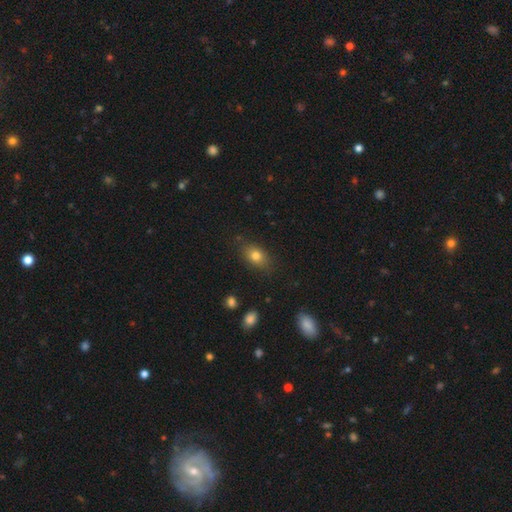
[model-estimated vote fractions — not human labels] smooth 79%, featured or disk 11%, star or artifact 10%. Down the decision tree: how rounded — in between (79%); merging — none (80%).